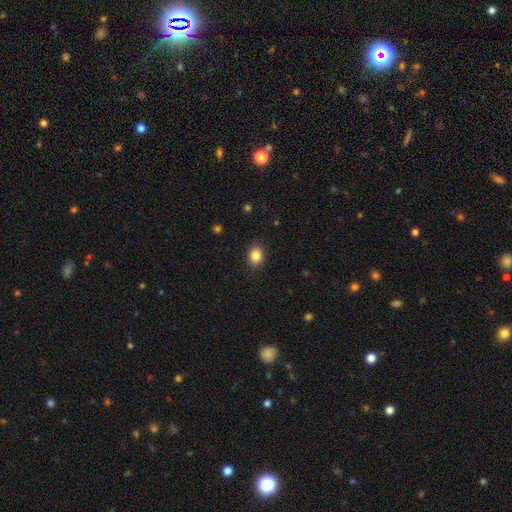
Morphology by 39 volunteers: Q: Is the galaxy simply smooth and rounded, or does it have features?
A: smooth — 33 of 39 (85%).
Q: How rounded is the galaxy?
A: in between — 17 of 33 (52%).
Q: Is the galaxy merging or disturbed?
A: none — 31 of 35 (89%).